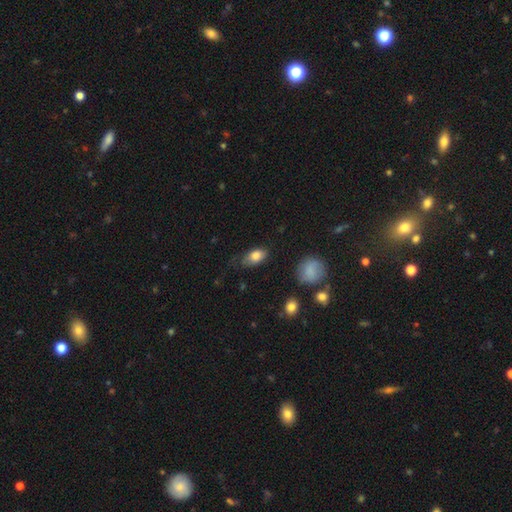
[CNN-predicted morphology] Q: Smooth or featured?
A: smooth (82%); runner-up: featured or disk (11%)
Q: How rounded?
A: in between (89%); runner-up: round (7%)
Q: Merging?
A: none (62%); runner-up: minor disturbance (28%)